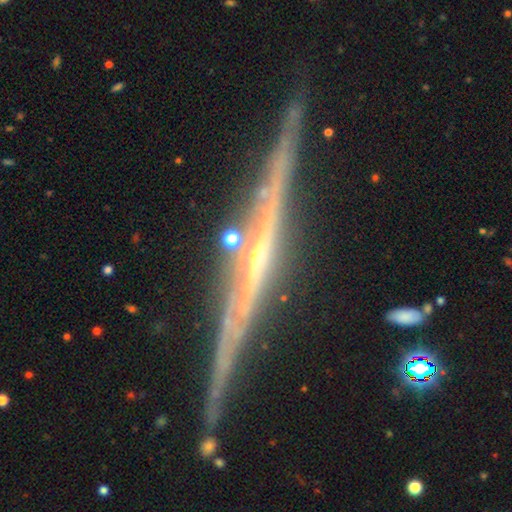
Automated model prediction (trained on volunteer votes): Smooth or featured?
  - featured or disk: 86% *
  - star or artifact: 8%
  - smooth: 6%
Edge-on disk?
  - yes: 98% *
  - no: 2%
Edge-on bulge?
  - none: 46% *
  - rounded: 43%
  - boxy: 10%
Merging?
  - none: 87% *
  - minor disturbance: 9%
  - merger: 2%
  - major disturbance: 2%